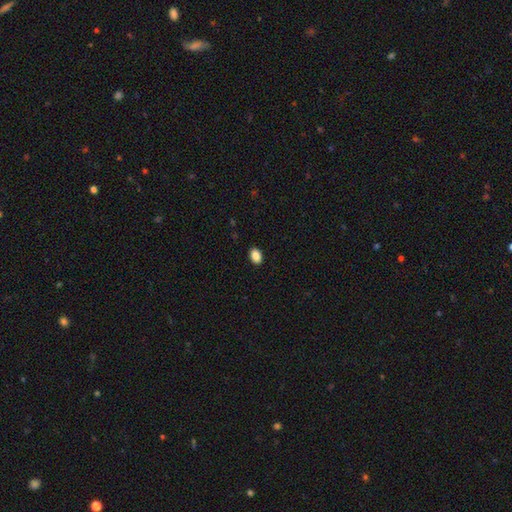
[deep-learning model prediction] Smooth or featured: smooth — 88% (star or artifact — 8%)
How rounded: in between — 82% (round — 17%)
Merging: none — 90% (minor disturbance — 7%)